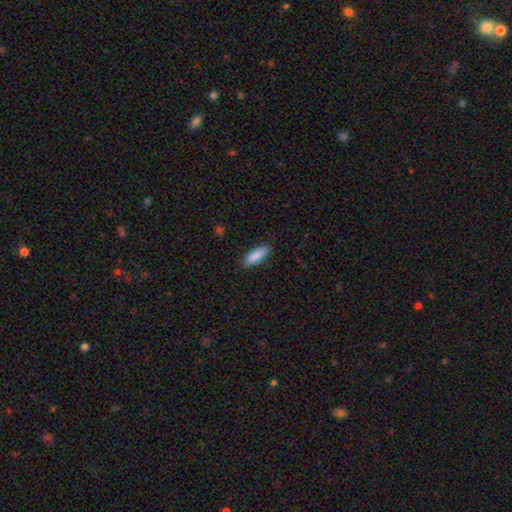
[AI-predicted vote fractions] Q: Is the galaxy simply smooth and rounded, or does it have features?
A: smooth — 88%.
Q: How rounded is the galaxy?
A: in between — 56%.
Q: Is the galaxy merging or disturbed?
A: none — 86%.